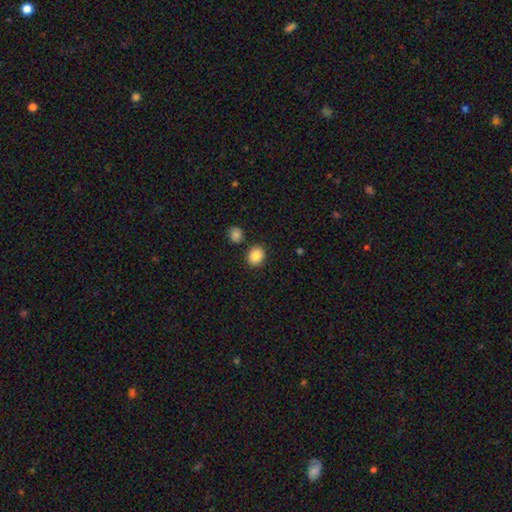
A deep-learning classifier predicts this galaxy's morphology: smooth-or-featured: smooth: 87% | star or artifact: 9% | featured or disk: 5%
  how-rounded: round: 59% | in between: 41% | cigar-shaped: 1%
  merging: none: 85% | minor disturbance: 8% | merger: 5% | major disturbance: 2%